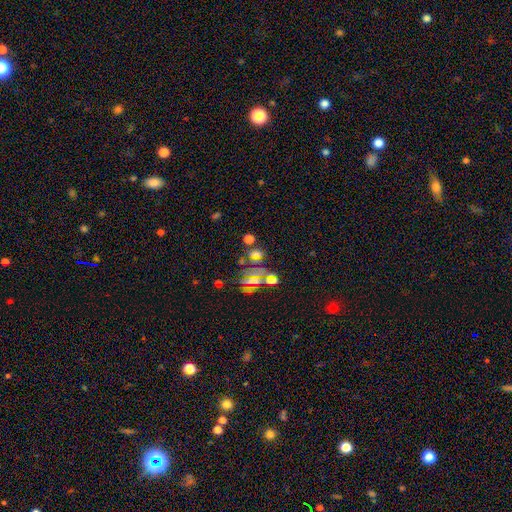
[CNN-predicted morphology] star or artifact 48%, smooth 40%, featured or disk 12%.